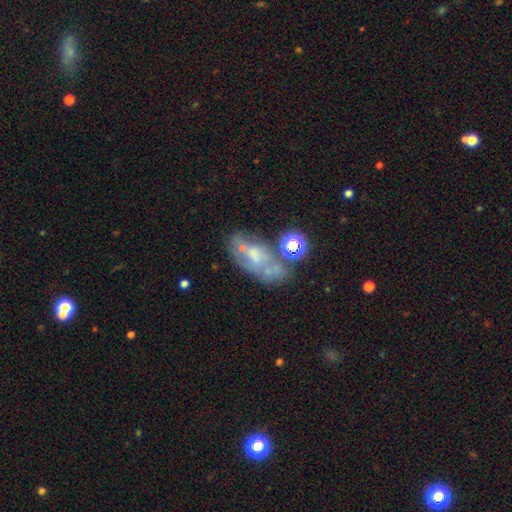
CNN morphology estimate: A featured or disk galaxy (42%).

Vote fractions:
- Smooth or featured? featured or disk: 42% / smooth: 41% / star or artifact: 17%
- Merging? none: 38% / merger: 23% / minor disturbance: 20% / major disturbance: 18%